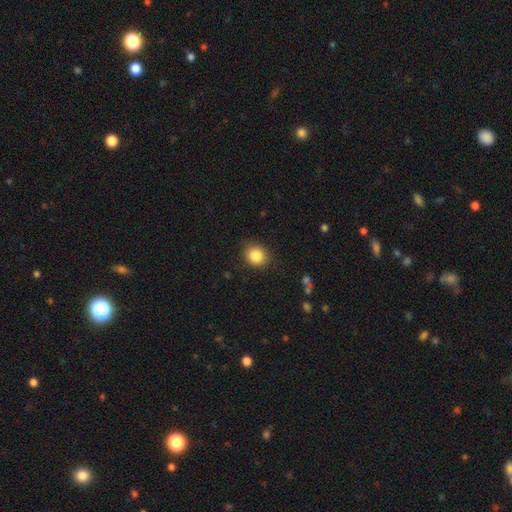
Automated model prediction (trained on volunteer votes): smooth-or-featured: smooth: 85% | star or artifact: 10% | featured or disk: 5%
  how-rounded: round: 76% | in between: 23% | cigar-shaped: 1%
  merging: none: 86% | minor disturbance: 10% | major disturbance: 3% | merger: 1%